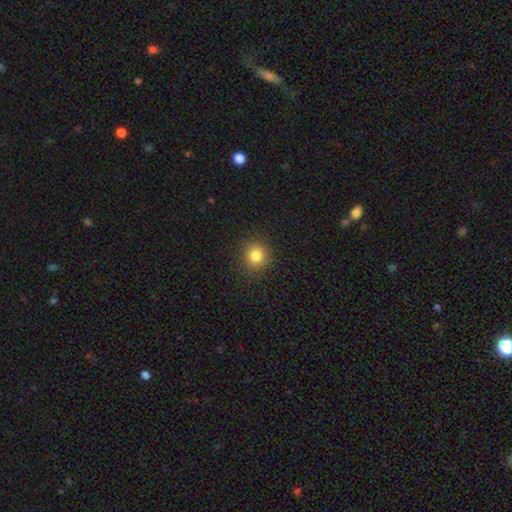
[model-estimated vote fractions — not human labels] This appears to be a smooth galaxy with no disk features (83%) that is round (90%). Merging: none (90%).